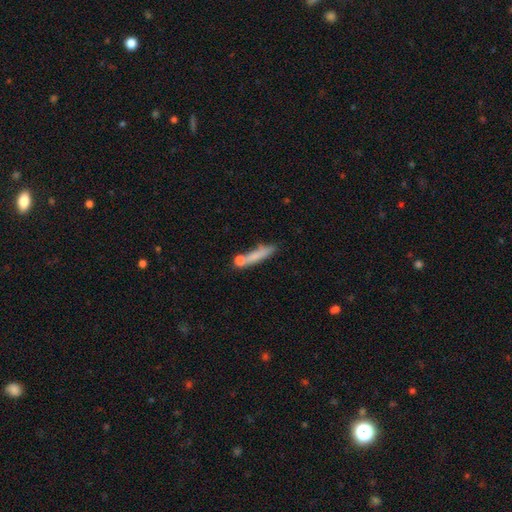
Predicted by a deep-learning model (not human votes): The model was most divided on "merging": none: 54%, merger: 20%, minor disturbance: 18%, major disturbance: 8%. More confident: how rounded — cigar-shaped (82%); smooth or featured — smooth (72%).